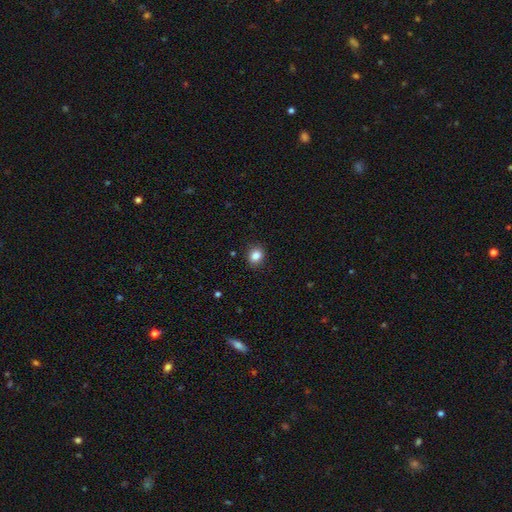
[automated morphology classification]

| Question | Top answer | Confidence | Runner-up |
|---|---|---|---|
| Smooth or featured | smooth | 85% | star or artifact (10%) |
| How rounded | round | 61% | in between (38%) |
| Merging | none | 89% | minor disturbance (8%) |